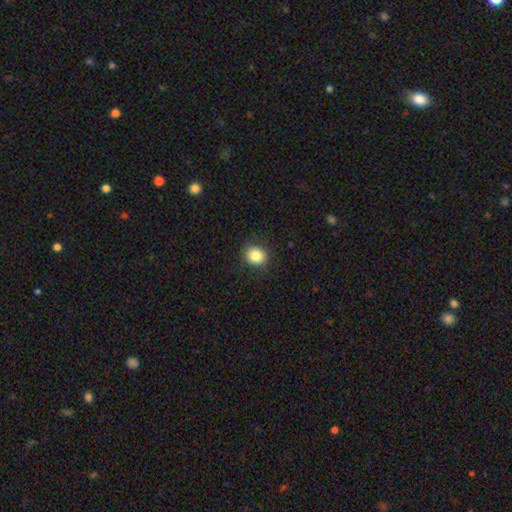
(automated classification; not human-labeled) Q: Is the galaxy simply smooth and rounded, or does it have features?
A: smooth — 84%.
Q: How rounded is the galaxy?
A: round — 74%.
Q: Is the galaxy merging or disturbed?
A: none — 86%.